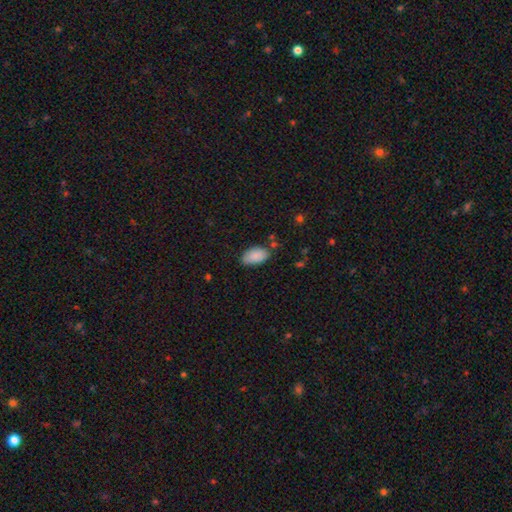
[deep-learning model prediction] A smooth galaxy with no disk features (88%) that is in between round and cigar-shaped (95%).

Vote fractions:
- Smooth or featured? smooth: 88% / star or artifact: 7% / featured or disk: 5%
- How rounded? in between: 95% / round: 3% / cigar-shaped: 2%
- Merging? none: 75% / minor disturbance: 18% / major disturbance: 4% / merger: 3%